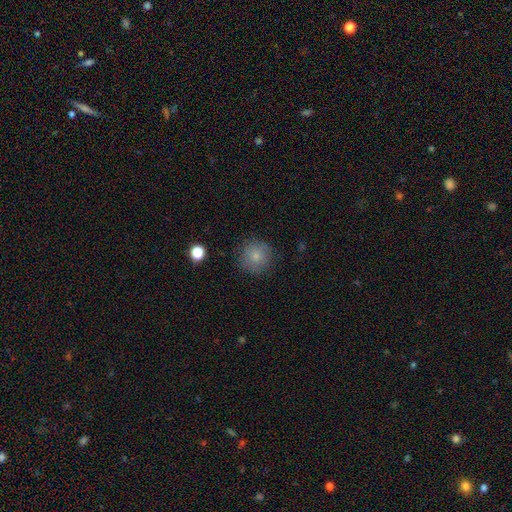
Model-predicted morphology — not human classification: Smooth or featured? Predicted: smooth (p=0.80). How rounded? Predicted: round (p=0.94). Merging? Predicted: none (p=0.85).